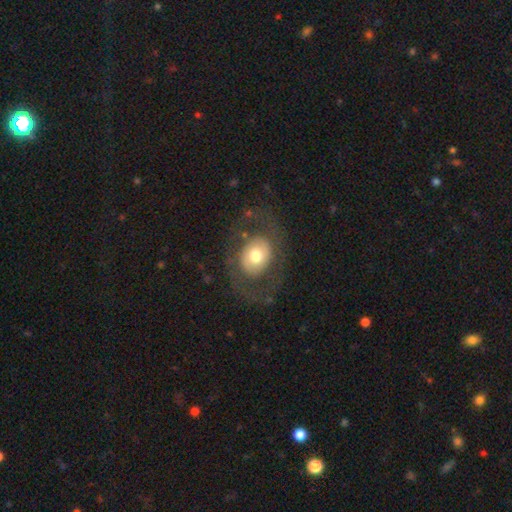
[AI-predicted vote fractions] A smooth galaxy with no disk features (47%).

Vote fractions:
- Smooth or featured? smooth: 47% / featured or disk: 46% / star or artifact: 7%
- Merging? none: 71% / major disturbance: 15% / minor disturbance: 13% / merger: 1%